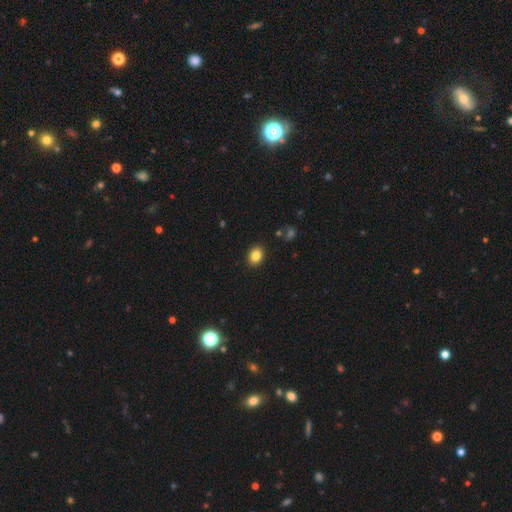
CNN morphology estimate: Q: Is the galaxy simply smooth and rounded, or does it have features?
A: smooth — 85%.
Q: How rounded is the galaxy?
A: in between — 60%.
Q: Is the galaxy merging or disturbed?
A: none — 89%.